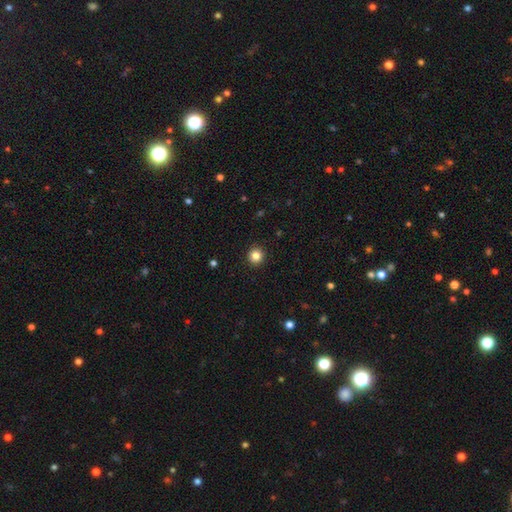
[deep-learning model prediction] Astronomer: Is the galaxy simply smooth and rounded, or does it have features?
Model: smooth — 84%.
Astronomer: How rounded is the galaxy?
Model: round — 93%.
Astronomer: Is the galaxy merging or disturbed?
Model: none — 93%.